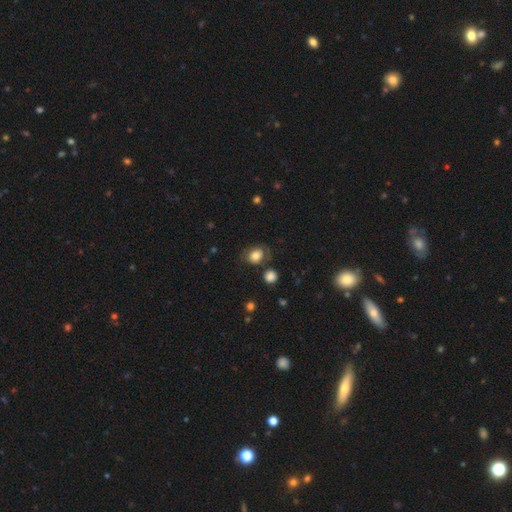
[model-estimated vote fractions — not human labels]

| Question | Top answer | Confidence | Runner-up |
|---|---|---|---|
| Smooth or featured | smooth | 75% | featured or disk (15%) |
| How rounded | in between | 54% | round (45%) |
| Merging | none | 63% | minor disturbance (21%) |